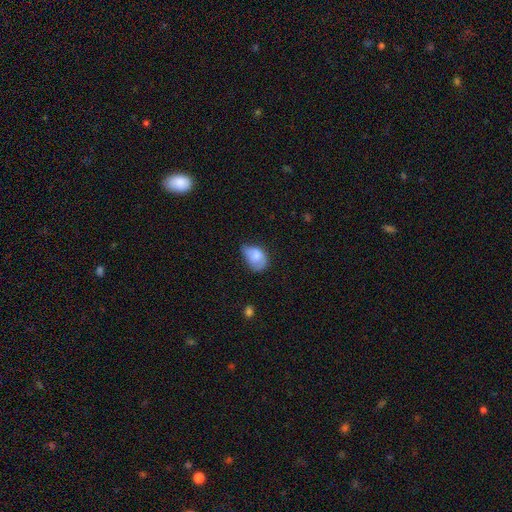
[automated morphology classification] smooth-or-featured: smooth: 76% | featured or disk: 17% | star or artifact: 7%
  how-rounded: in between: 79% | round: 20% | cigar-shaped: 1%
  merging: minor disturbance: 49% | none: 28% | major disturbance: 20% | merger: 3%